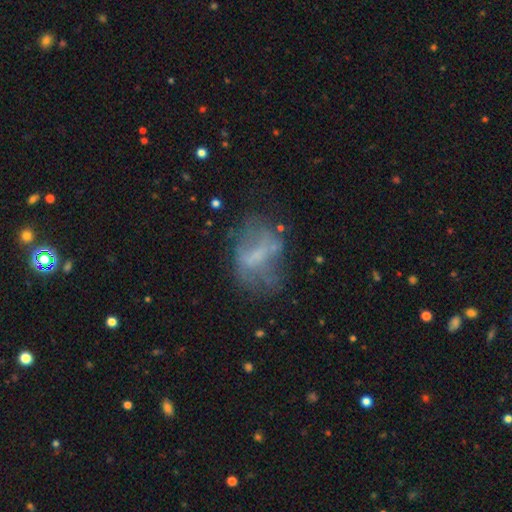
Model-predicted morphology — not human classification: smooth_or_featured: featured or disk (p=0.51) [alt: smooth p=0.35]
disk_edge_on: no (p=0.96) [alt: yes p=0.04]
merging: none (p=0.44) [alt: major disturbance p=0.27]